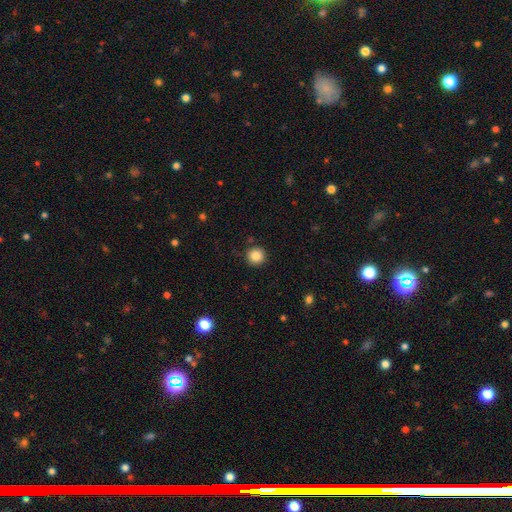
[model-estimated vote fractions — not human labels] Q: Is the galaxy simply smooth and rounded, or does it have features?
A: smooth — 86%.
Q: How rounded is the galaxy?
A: round — 95%.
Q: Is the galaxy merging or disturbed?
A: none — 90%.